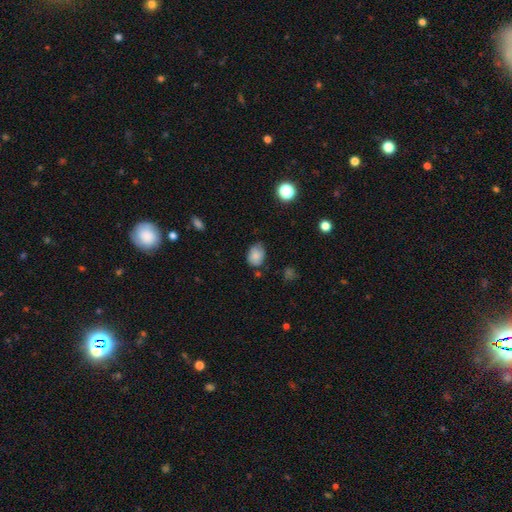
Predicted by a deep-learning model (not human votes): This is likely a smooth galaxy (80%). How rounded: likely in between (72%). Merging: likely none (62%).